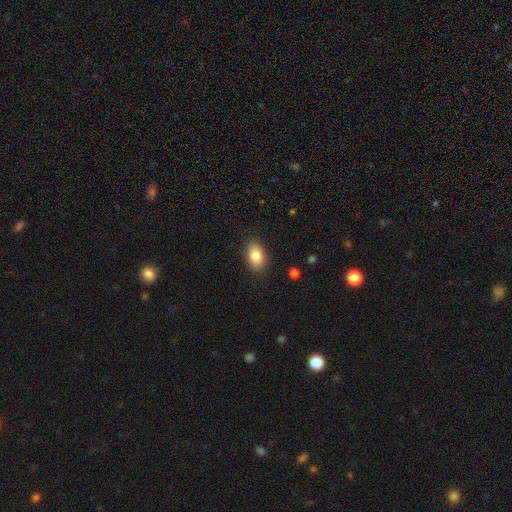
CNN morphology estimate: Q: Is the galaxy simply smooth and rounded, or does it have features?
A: smooth — 84%.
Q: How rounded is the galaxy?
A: in between — 87%.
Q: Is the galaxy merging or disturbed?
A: none — 86%.